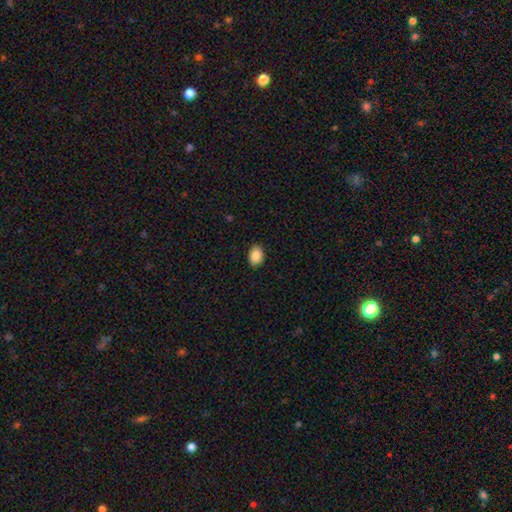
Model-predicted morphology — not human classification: This is clearly a smooth galaxy (88%). How rounded: likely in between (79%). Merging: clearly none (90%).